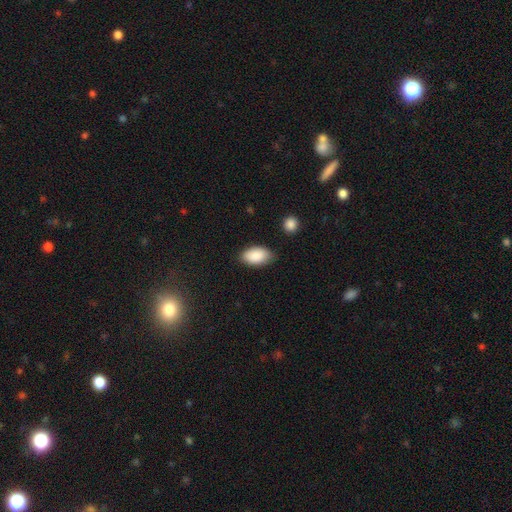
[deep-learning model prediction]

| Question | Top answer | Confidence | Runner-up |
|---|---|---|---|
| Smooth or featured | smooth | 89% | star or artifact (6%) |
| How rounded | in between | 94% | round (4%) |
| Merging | none | 80% | minor disturbance (15%) |